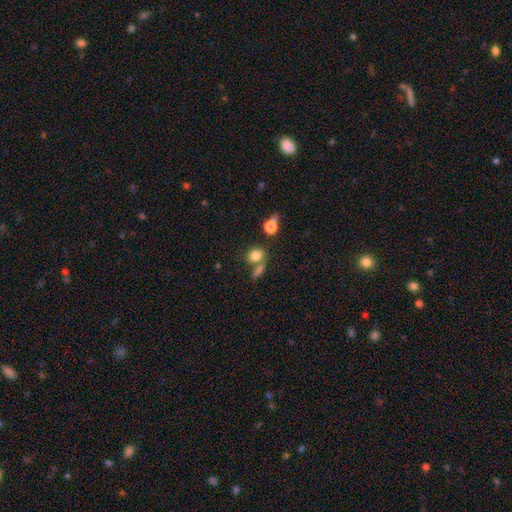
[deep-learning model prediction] Smooth or featured: smooth — 80% (star or artifact — 12%)
How rounded: round — 56% (in between — 41%)
Merging: none — 55% (merger — 29%)